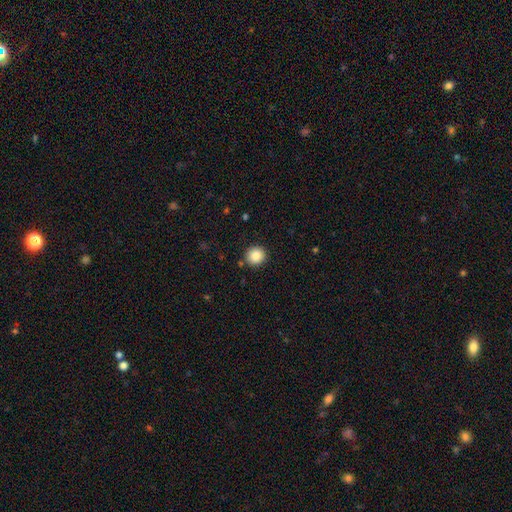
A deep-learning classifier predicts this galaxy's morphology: Smooth or featured? smooth (86%)
How rounded? round (92%)
Merging? none (90%)